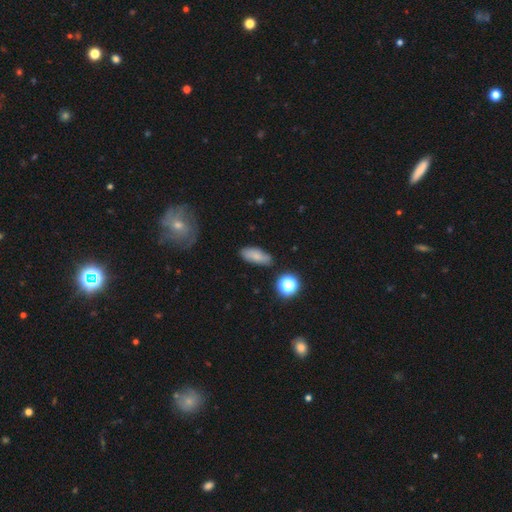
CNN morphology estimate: smooth_or_featured: smooth (p=0.74) [alt: featured or disk p=0.16]
how_rounded: in between (p=0.79) [alt: cigar-shaped p=0.16]
merging: none (p=0.78) [alt: minor disturbance p=0.15]